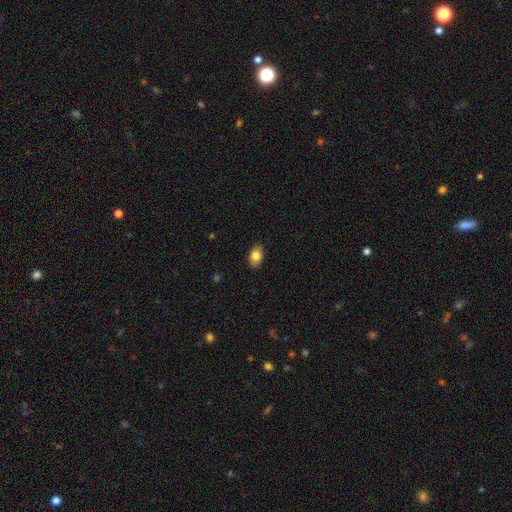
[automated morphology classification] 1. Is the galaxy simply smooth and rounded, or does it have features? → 83% smooth, 9% featured or disk, 8% star or artifact.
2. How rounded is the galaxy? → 85% in between, 14% round, 1% cigar-shaped.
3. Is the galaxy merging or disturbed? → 87% none, 10% minor disturbance, 2% major disturbance, 1% merger.